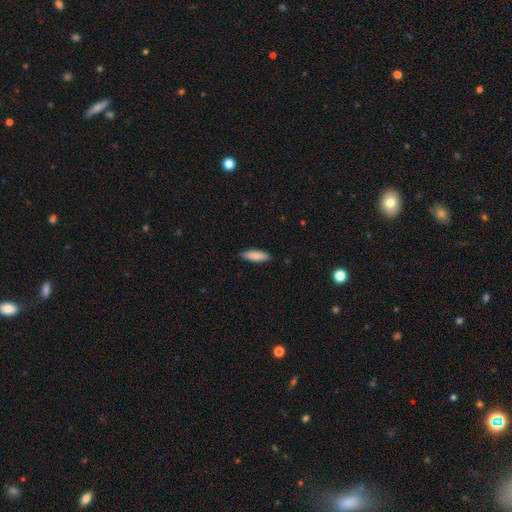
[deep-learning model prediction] A smooth galaxy with no disk features (86%) that is in between round and cigar-shaped (52%). Merging: none (87%).